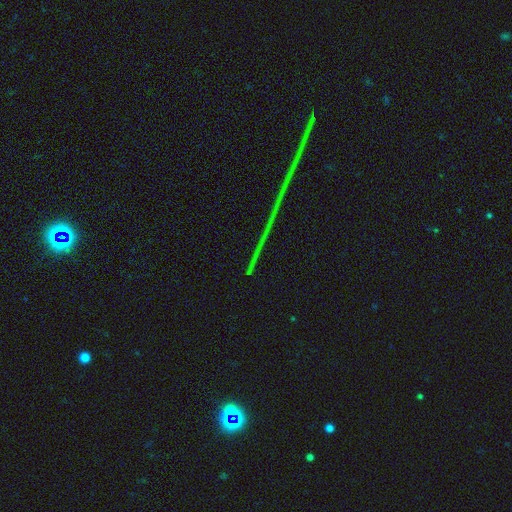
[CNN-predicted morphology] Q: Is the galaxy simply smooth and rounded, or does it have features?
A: star or artifact — 85%.